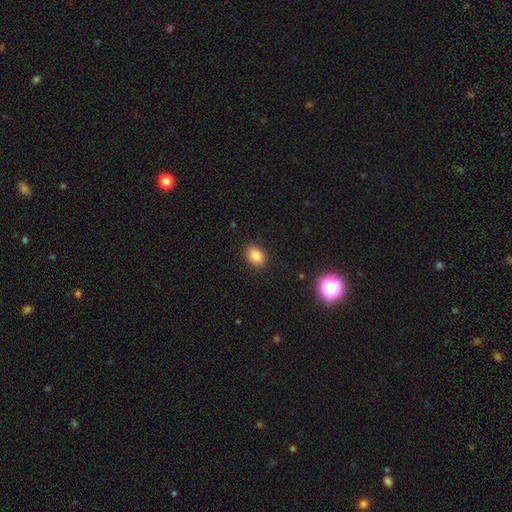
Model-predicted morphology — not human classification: Smooth or featured?
  - smooth: 84% *
  - star or artifact: 11%
  - featured or disk: 5%
How rounded?
  - in between: 72% *
  - round: 26%
  - cigar-shaped: 1%
Merging?
  - none: 89% *
  - minor disturbance: 8%
  - major disturbance: 2%
  - merger: 1%